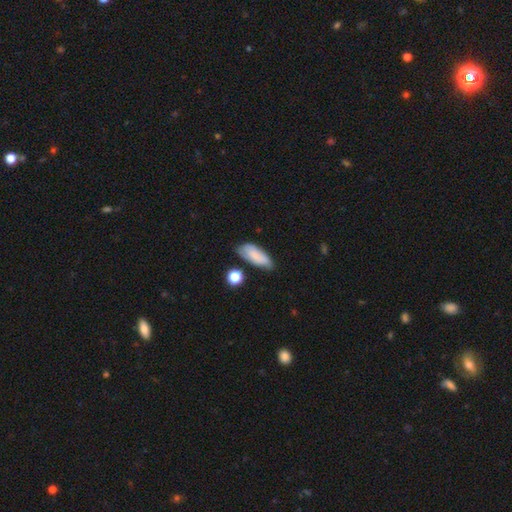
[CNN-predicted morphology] type=smooth (77%); roundness=in between (79%); merging=none (58%).